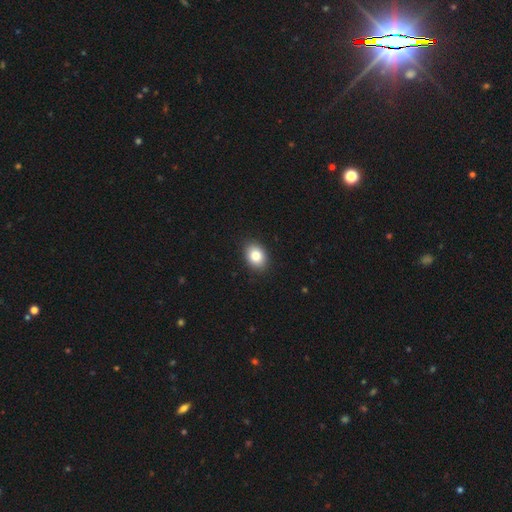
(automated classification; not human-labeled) Morphology: type=smooth (84%); roundness=in between (71%); merging=none (90%).